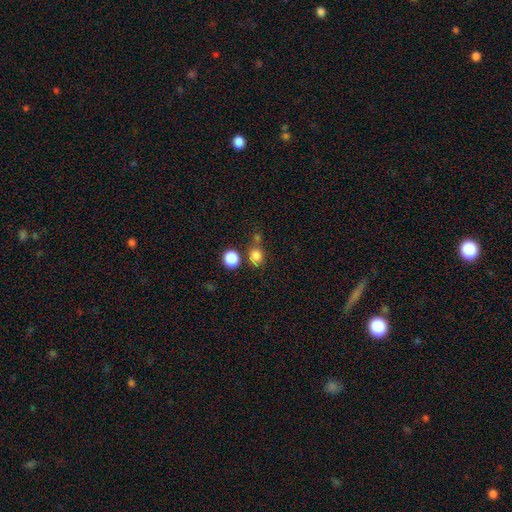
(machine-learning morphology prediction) Q: Smooth or featured?
A: smooth (81%); runner-up: star or artifact (13%)
Q: How rounded?
A: round (72%); runner-up: in between (27%)
Q: Merging?
A: none (65%); runner-up: merger (18%)